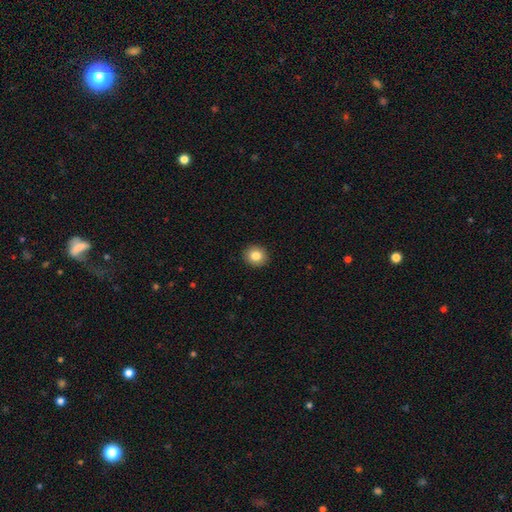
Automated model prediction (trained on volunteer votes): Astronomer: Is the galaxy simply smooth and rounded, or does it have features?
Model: smooth — 84%.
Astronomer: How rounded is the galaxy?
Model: round — 84%.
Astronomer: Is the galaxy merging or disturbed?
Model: none — 92%.